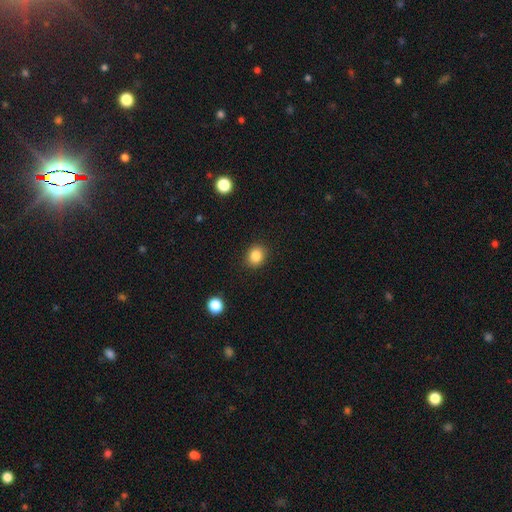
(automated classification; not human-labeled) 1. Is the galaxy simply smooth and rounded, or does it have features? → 86% smooth, 10% star or artifact, 5% featured or disk.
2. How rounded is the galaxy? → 66% round, 33% in between, 1% cigar-shaped.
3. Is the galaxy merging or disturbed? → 88% none, 8% minor disturbance, 2% major disturbance, 1% merger.